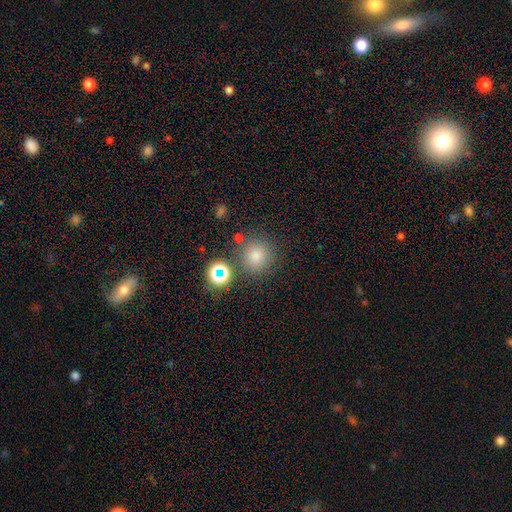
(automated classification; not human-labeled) Morphology: type=smooth (73%); roundness=round (92%); merging=none (80%).